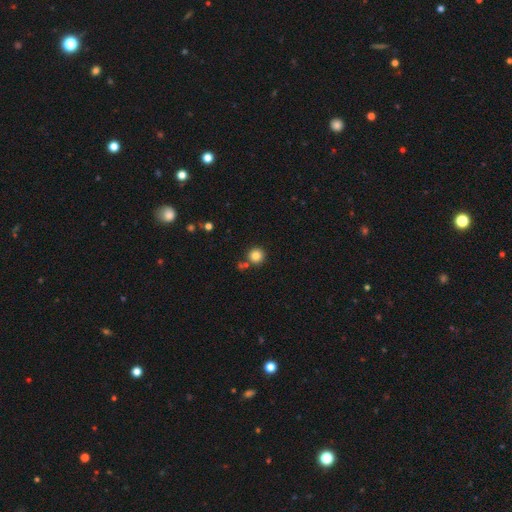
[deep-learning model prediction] Smooth or featured? Predicted: smooth (p=0.83). How rounded? Predicted: round (p=0.95). Merging? Predicted: none (p=0.80).